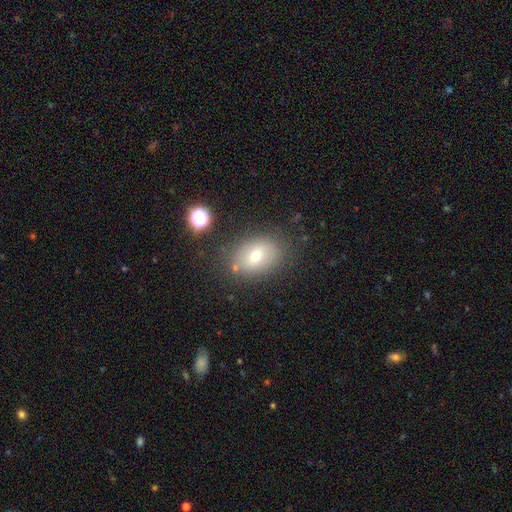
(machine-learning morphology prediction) Overall: smooth (70%). How rounded: in between (77%). Merging: none (77%).